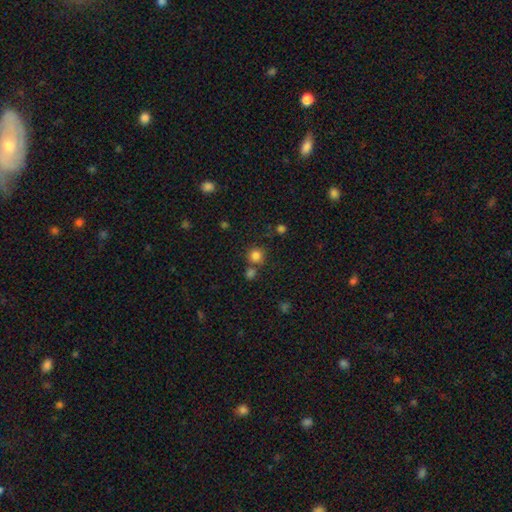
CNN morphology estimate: Q: Smooth or featured?
A: smooth (81%); runner-up: star or artifact (14%)
Q: How rounded?
A: round (91%); runner-up: in between (8%)
Q: Merging?
A: none (69%); runner-up: merger (19%)